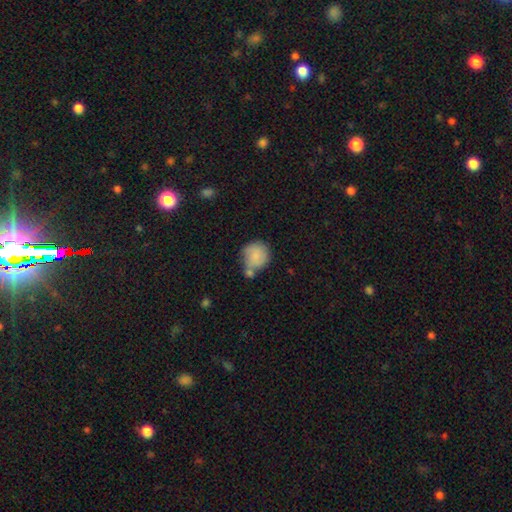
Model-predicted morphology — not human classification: Smooth or featured?
  - smooth: 80% *
  - featured or disk: 12%
  - star or artifact: 7%
How rounded?
  - round: 81% *
  - in between: 18%
  - cigar-shaped: 1%
Merging?
  - none: 40% *
  - merger: 30%
  - minor disturbance: 22%
  - major disturbance: 9%